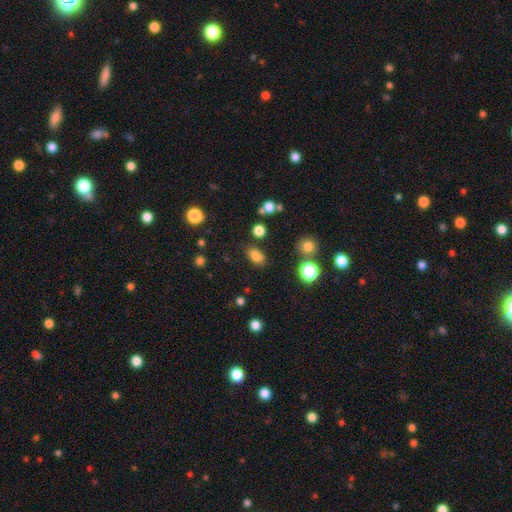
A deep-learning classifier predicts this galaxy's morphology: The model was most divided on "how rounded": in between: 82%, round: 17%, cigar-shaped: 2%. More confident: merging — none (81%); smooth or featured — smooth (80%).